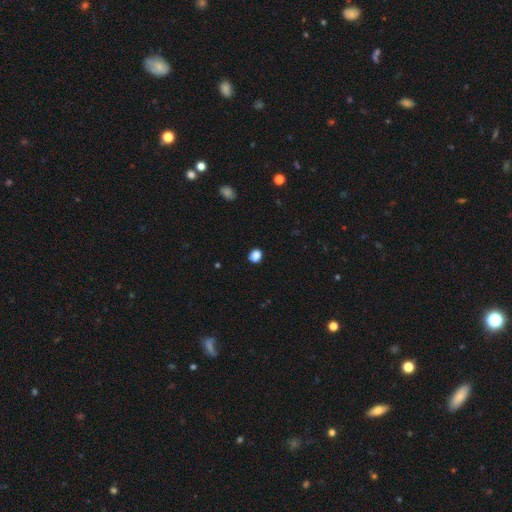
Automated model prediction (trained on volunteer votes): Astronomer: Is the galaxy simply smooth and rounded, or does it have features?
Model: smooth — 86%.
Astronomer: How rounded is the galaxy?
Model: round — 58% (runner-up: in between, 41%).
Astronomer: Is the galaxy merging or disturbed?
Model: none — 89%.